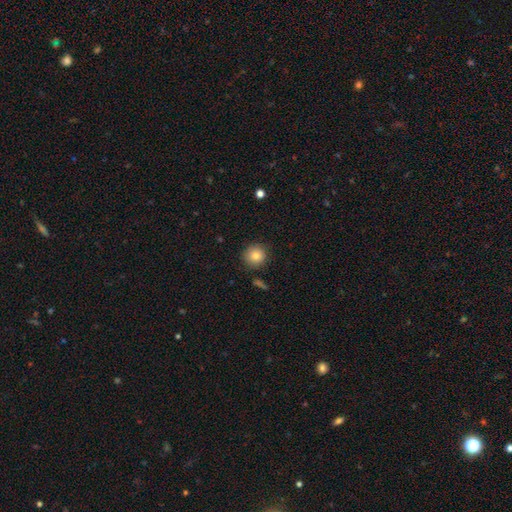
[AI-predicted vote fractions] Overall: smooth (83%). How rounded: round (93%). Merging: none (87%).